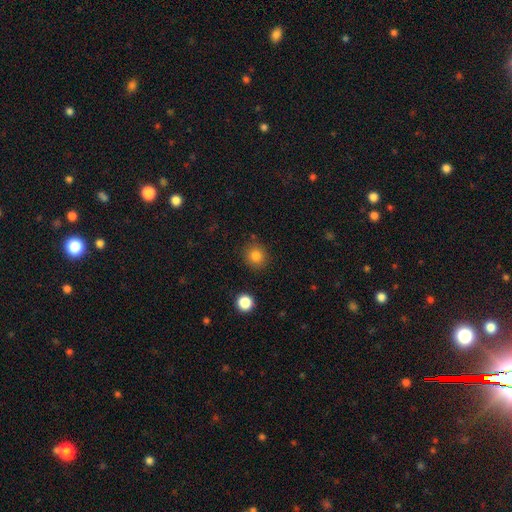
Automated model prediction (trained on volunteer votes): Morphology: type=smooth (83%); roundness=round (89%); merging=none (87%).